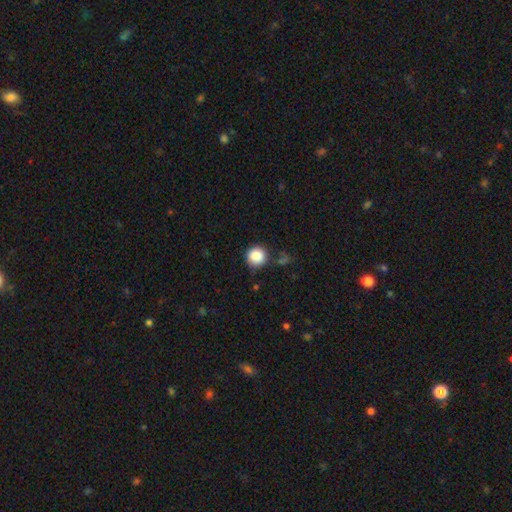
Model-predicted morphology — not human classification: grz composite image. It shows a smooth galaxy with no disk features (87%) that is round (93%). Merging: none (77%).